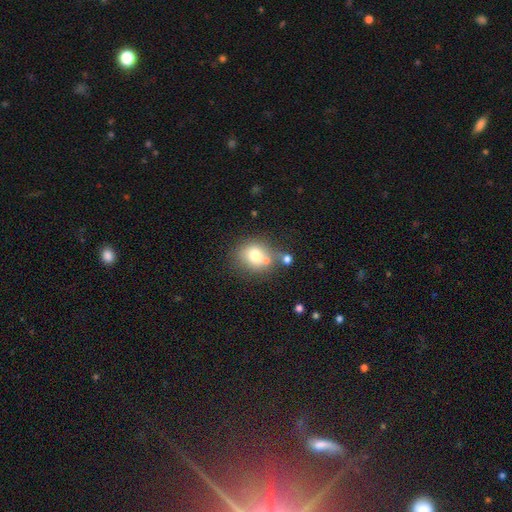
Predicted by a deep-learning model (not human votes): A smooth galaxy with no disk features (72%) that is round (74%). Merging: none (53%).